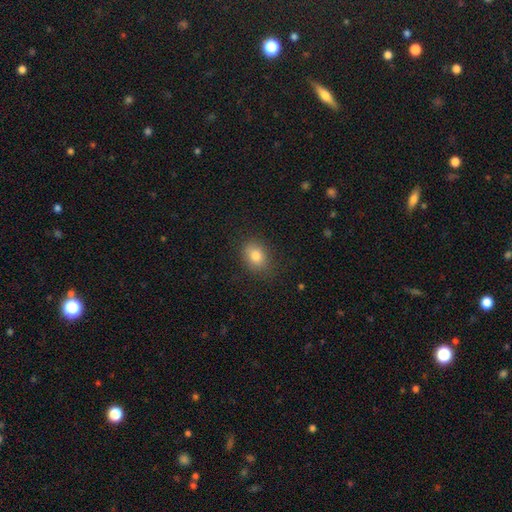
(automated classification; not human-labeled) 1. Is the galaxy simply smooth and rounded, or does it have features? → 81% smooth, 11% star or artifact, 9% featured or disk.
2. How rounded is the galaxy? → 63% in between, 35% round, 1% cigar-shaped.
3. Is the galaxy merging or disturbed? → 81% none, 14% minor disturbance, 4% major disturbance, 1% merger.